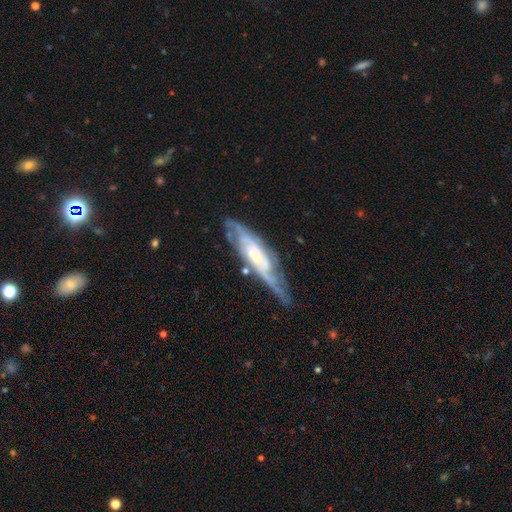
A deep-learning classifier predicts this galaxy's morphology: Smooth or featured?
  - featured or disk: 82% *
  - smooth: 12%
  - star or artifact: 6%
Edge-on disk?
  - no: 69% *
  - yes: 31%
Bar?
  - no: 56% *
  - weak: 32%
  - strong: 12%
Spiral arms?
  - yes: 92% *
  - no: 8%
Spiral winding?
  - tight: 52% *
  - medium: 38%
  - loose: 10%
Spiral arm count?
  - can't tell: 41% *
  - 2: 37%
  - 3: 11%
  - 4: 5%
  - 1: 3%
  - more than 4: 3%
Bulge size?
  - small: 56% *
  - moderate: 29%
  - none: 7%
  - large: 6%
  - dominant: 1%
Merging?
  - none: 69% *
  - minor disturbance: 21%
  - major disturbance: 8%
  - merger: 2%